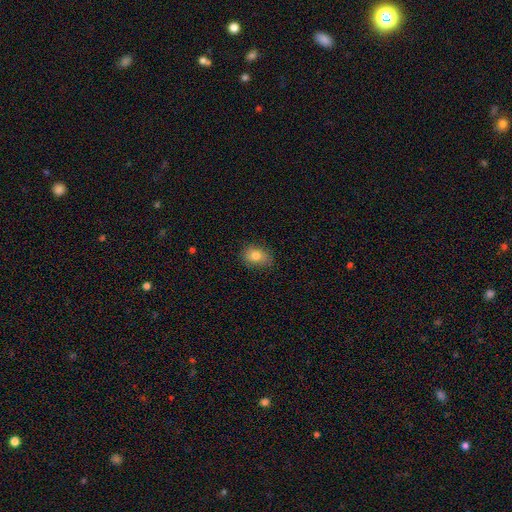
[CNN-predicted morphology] Smooth or featured? smooth (79%)
How rounded? in between (67%)
Merging? none (75%)